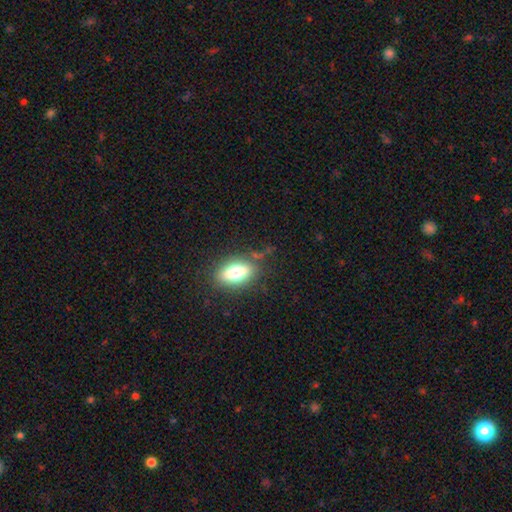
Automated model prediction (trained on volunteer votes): Smooth or featured? smooth (64%)
How rounded? in between (76%)
Merging? none (78%)